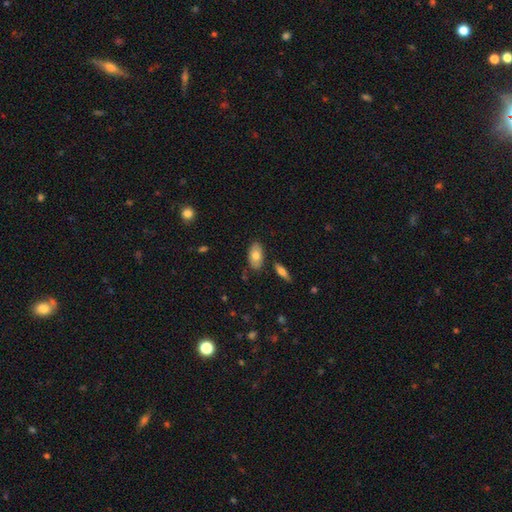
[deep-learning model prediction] Overall: smooth (74%). How rounded: in between (93%). Merging: none (80%).